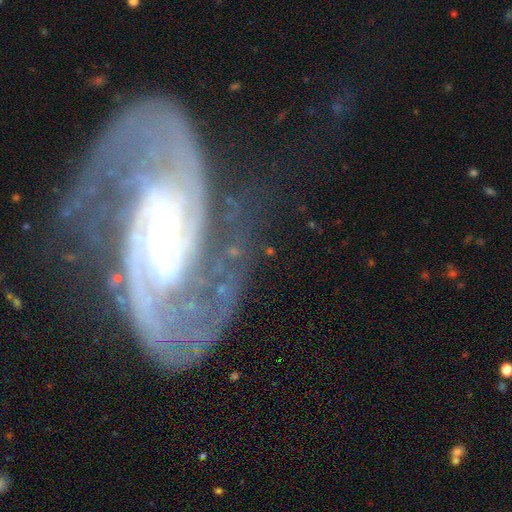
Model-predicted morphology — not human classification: This is clearly a featured or disk galaxy (92%). It is clearly not viewed edge-on (97%). Bar: marginally no (40%). Spiral arm pattern: clearly yes (98%). Spiral arm count: clearly 2 (86%). Spiral winding: possibly medium (49%). Central bulge: likely small (71%). Merging: likely none (64%).